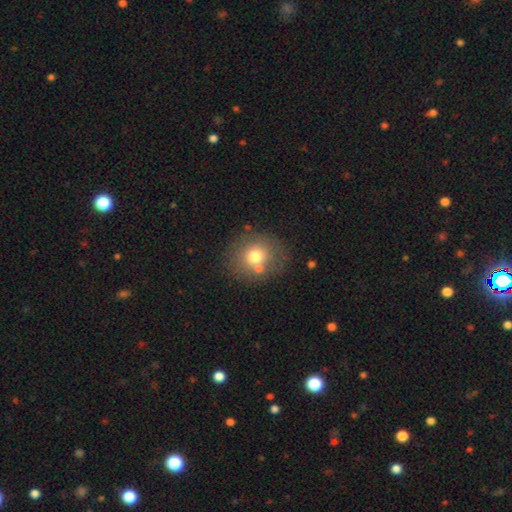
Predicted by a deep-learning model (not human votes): Morphology: type=smooth (66%); roundness=round (81%); merging=none (70%).